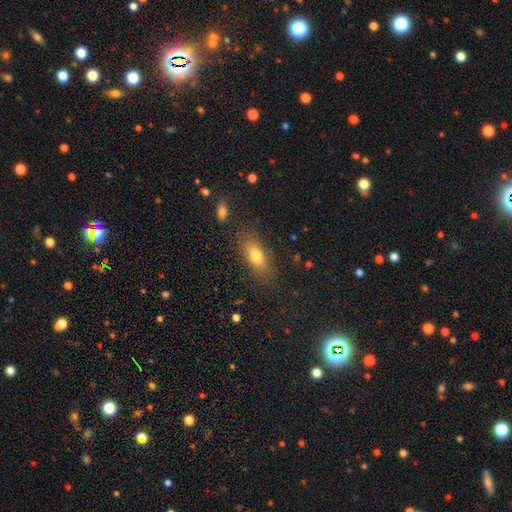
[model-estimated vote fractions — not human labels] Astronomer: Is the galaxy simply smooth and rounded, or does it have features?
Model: smooth — 75%.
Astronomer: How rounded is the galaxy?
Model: in between — 77%.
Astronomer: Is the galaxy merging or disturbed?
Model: none — 82%.